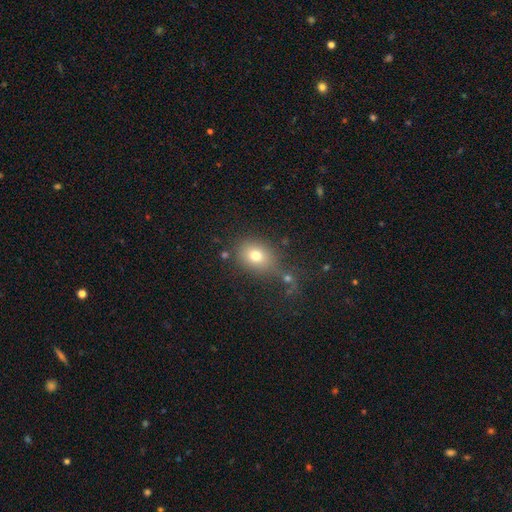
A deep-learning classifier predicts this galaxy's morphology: Smooth or featured: smooth — 76% (star or artifact — 13%)
How rounded: round — 50% (in between — 49%)
Merging: none — 63% (minor disturbance — 15%)